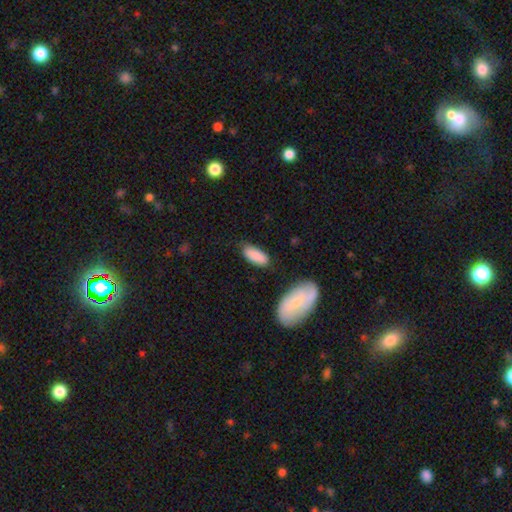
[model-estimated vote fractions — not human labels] Smooth or featured? Predicted: smooth (p=0.86). How rounded? Predicted: in between (p=0.78). Merging? Predicted: none (p=0.76).